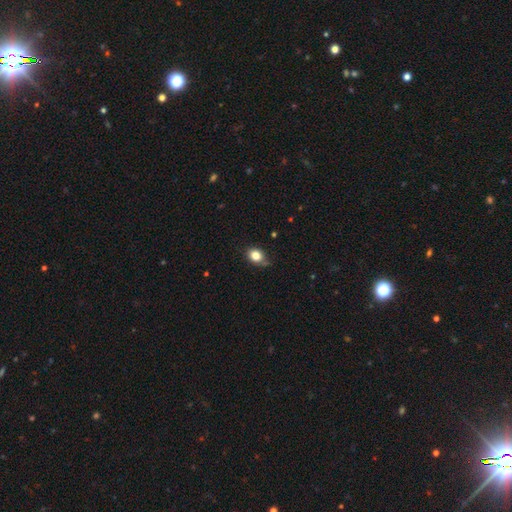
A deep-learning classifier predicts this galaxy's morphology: smooth_or_featured: smooth (p=0.81) [alt: star or artifact p=0.10]
how_rounded: in between (p=0.55) [alt: round p=0.44]
merging: none (p=0.69) [alt: minor disturbance p=0.24]